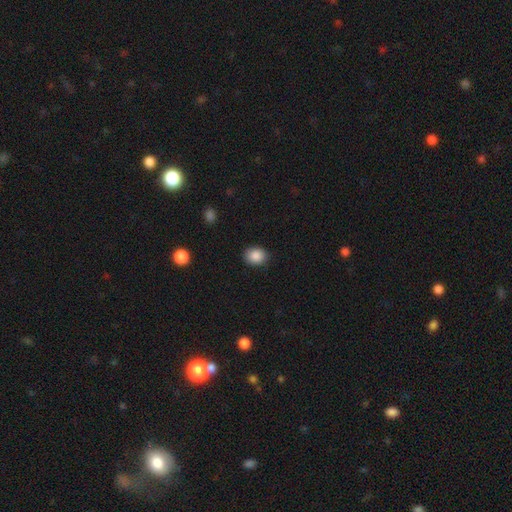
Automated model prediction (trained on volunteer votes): This is clearly a smooth galaxy (88%). How rounded: possibly in between (54%). Merging: clearly none (87%).